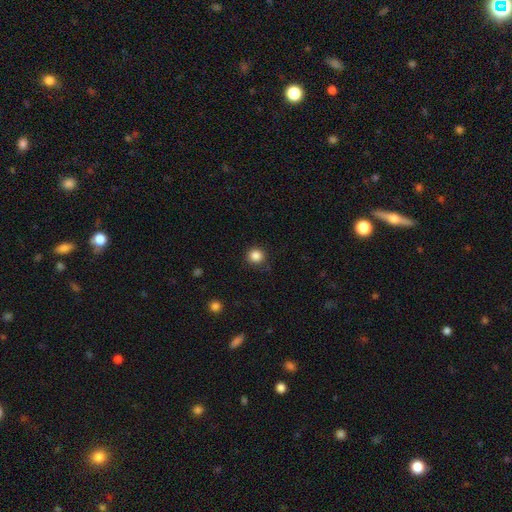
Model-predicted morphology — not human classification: smooth_or_featured: smooth (p=0.85) [alt: star or artifact p=0.11]
how_rounded: round (p=0.93) [alt: in between p=0.06]
merging: none (p=0.86) [alt: minor disturbance p=0.10]